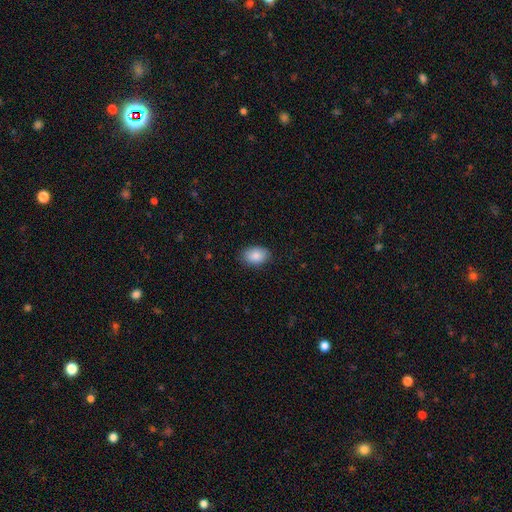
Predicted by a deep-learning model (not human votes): Overall: smooth (87%). How rounded: in between (86%). Merging: none (85%).